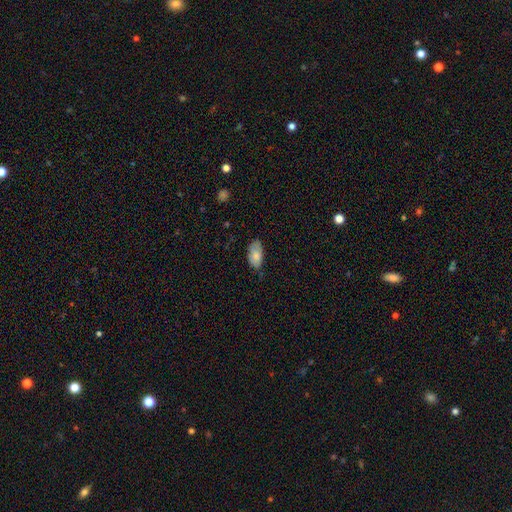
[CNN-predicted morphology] Smooth or featured? smooth (81%)
How rounded? in between (94%)
Merging? none (66%)